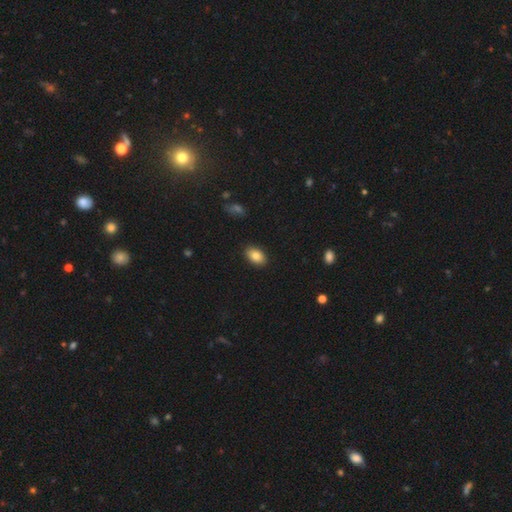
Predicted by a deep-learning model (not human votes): Smooth or featured?
  - smooth: 85% *
  - star or artifact: 8%
  - featured or disk: 8%
How rounded?
  - in between: 89% *
  - round: 9%
  - cigar-shaped: 1%
Merging?
  - none: 89% *
  - minor disturbance: 8%
  - major disturbance: 2%
  - merger: 1%